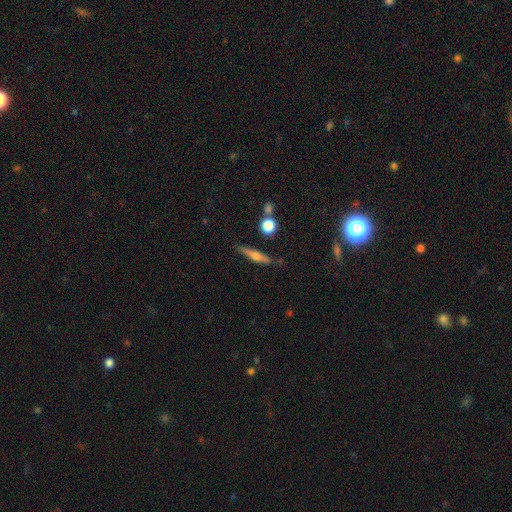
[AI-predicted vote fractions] Smooth or featured? featured or disk (50%)
Merging? none (80%)